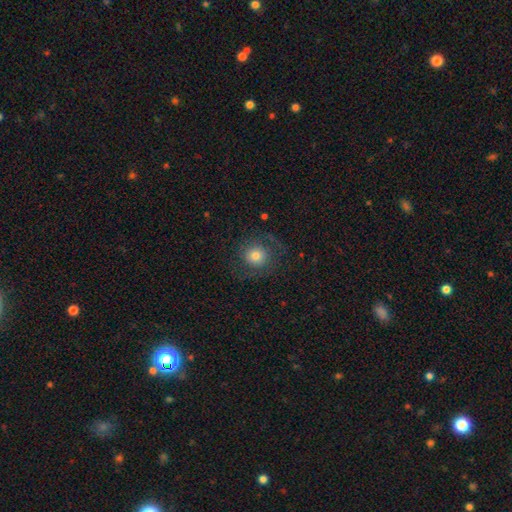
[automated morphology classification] type=smooth (64%); roundness=round (89%); merging=none (74%).